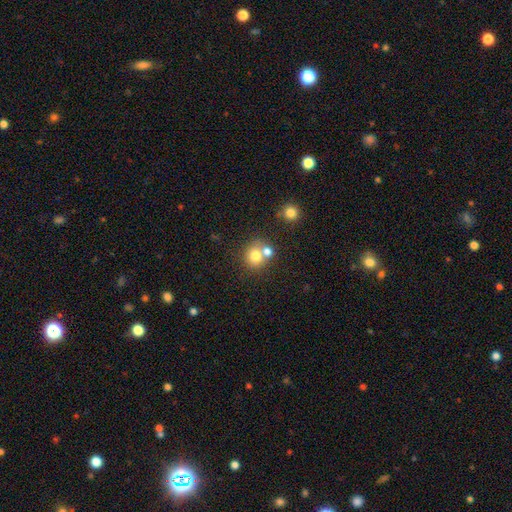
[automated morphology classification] Smooth or featured: smooth — 75% (featured or disk — 13%)
How rounded: round — 80% (in between — 19%)
Merging: none — 48% (merger — 41%)